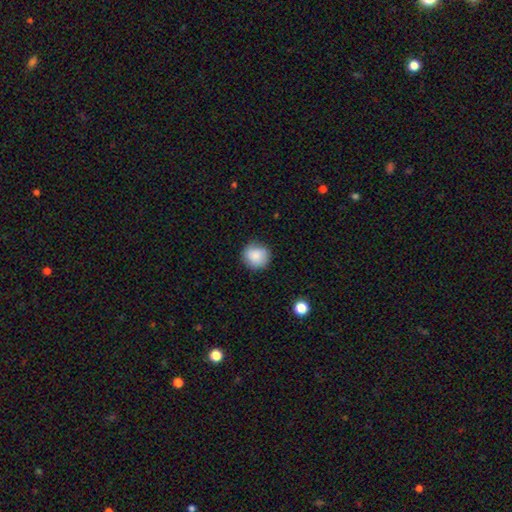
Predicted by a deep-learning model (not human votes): Morphology: type=smooth (87%); roundness=round (90%); merging=none (86%).